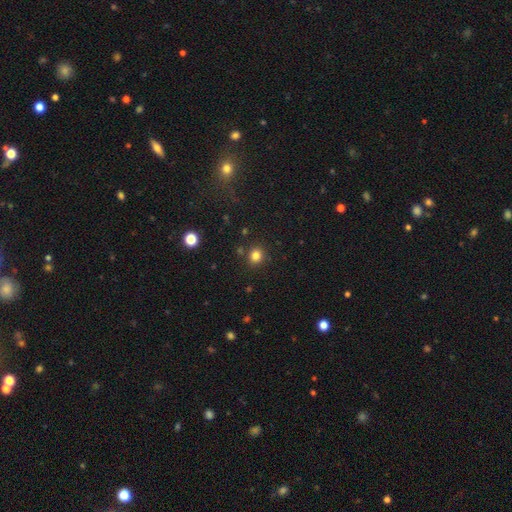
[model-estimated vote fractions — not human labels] This is clearly a smooth galaxy (80%). How rounded: clearly round (81%). Merging: clearly none (86%).